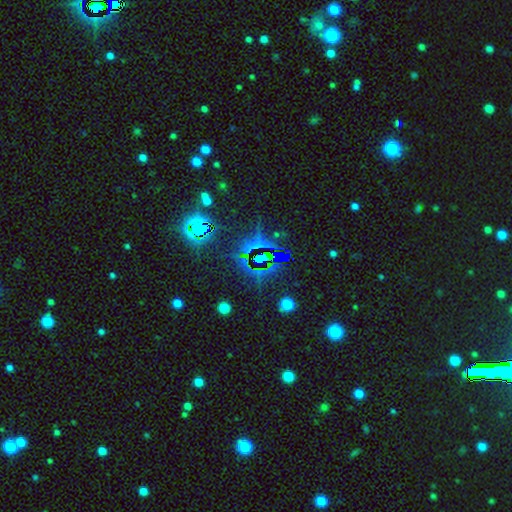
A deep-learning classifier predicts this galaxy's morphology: Smooth or featured: star or artifact — 79% (smooth — 11%)